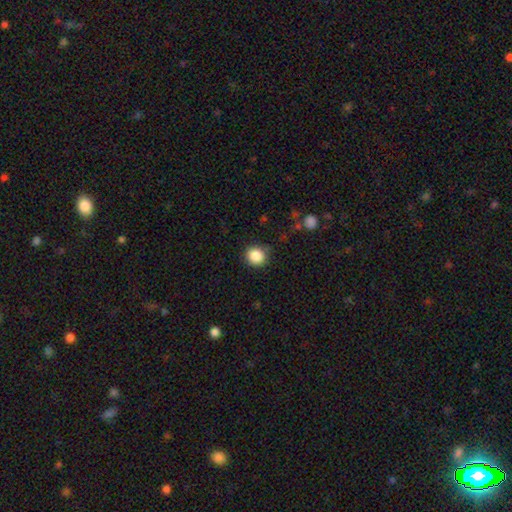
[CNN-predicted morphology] Smooth or featured: smooth — 86% (star or artifact — 10%)
How rounded: round — 89% (in between — 10%)
Merging: none — 86% (minor disturbance — 9%)